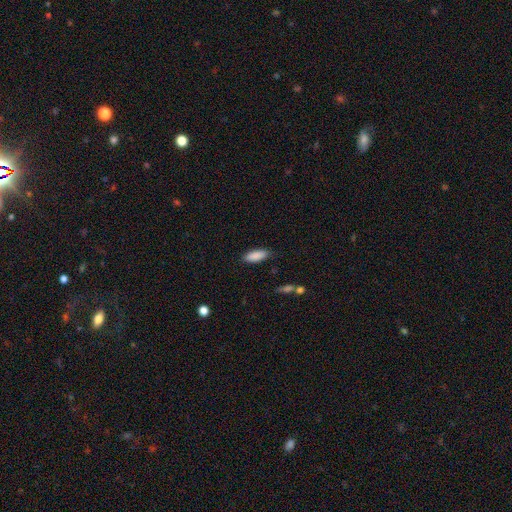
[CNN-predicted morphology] This appears to be a smooth galaxy with no disk features (89%) that is in between round and cigar-shaped (73%). Merging: none (85%).